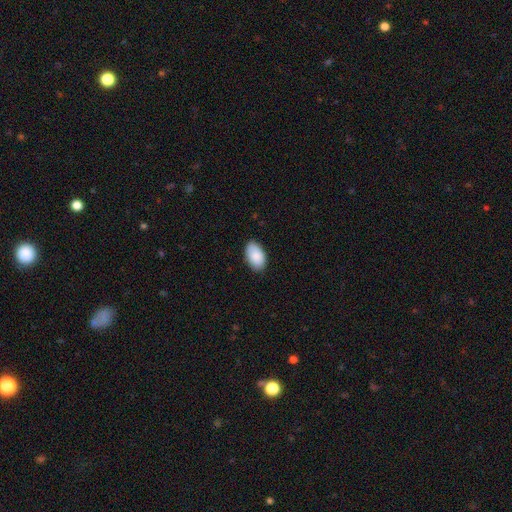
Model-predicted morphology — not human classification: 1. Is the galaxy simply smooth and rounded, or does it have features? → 90% smooth, 6% star or artifact, 4% featured or disk.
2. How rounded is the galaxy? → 95% in between, 4% round, 1% cigar-shaped.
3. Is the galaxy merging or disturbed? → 85% none, 12% minor disturbance, 2% major disturbance, 1% merger.